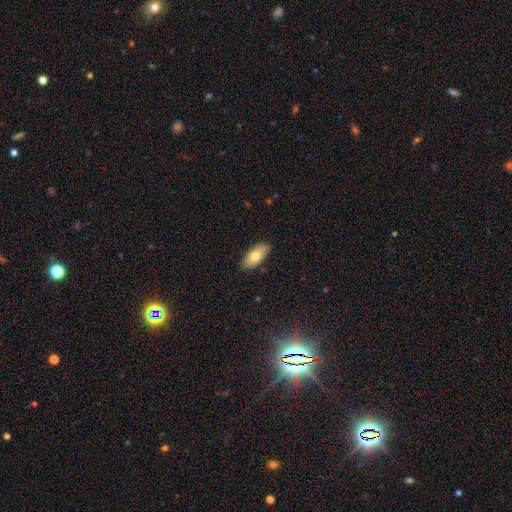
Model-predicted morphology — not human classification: This is likely a smooth galaxy (73%). How rounded: clearly in between (87%). Merging: clearly none (88%).